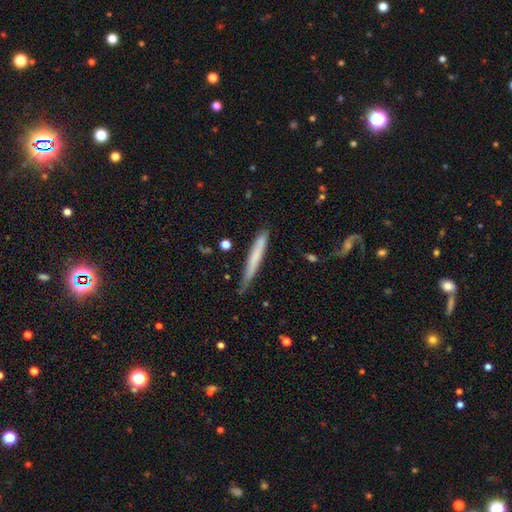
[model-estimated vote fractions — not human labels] Overall: smooth (63%; featured or disk 31%). How rounded: cigar-shaped (96%). Merging: none (71%).